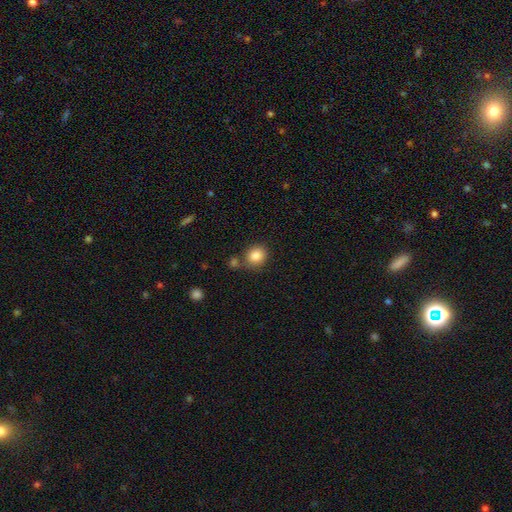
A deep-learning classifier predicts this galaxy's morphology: Smooth or featured? smooth (86%)
How rounded? round (75%)
Merging? none (71%)